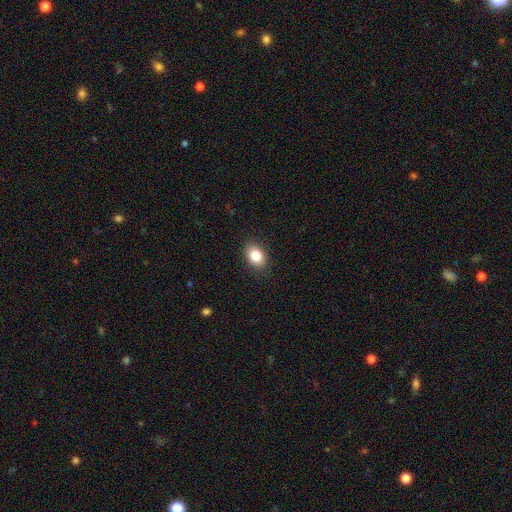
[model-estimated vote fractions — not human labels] smooth-or-featured: smooth: 83% | star or artifact: 9% | featured or disk: 8%
  how-rounded: in between: 76% | round: 23% | cigar-shaped: 1%
  merging: none: 87% | minor disturbance: 9% | major disturbance: 2% | merger: 1%